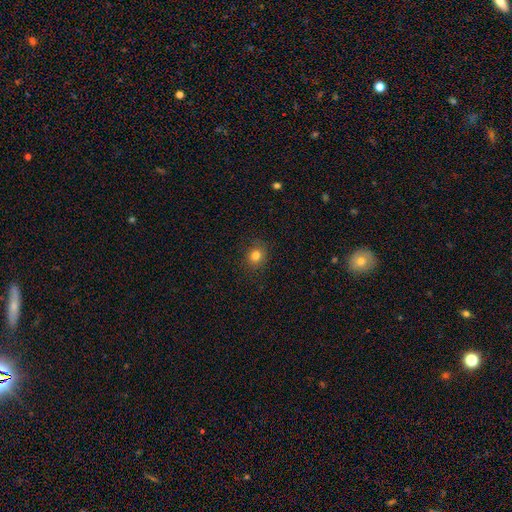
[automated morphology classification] Q: Smooth or featured?
A: smooth (81%); runner-up: star or artifact (13%)
Q: How rounded?
A: round (76%); runner-up: in between (23%)
Q: Merging?
A: none (87%); runner-up: minor disturbance (10%)